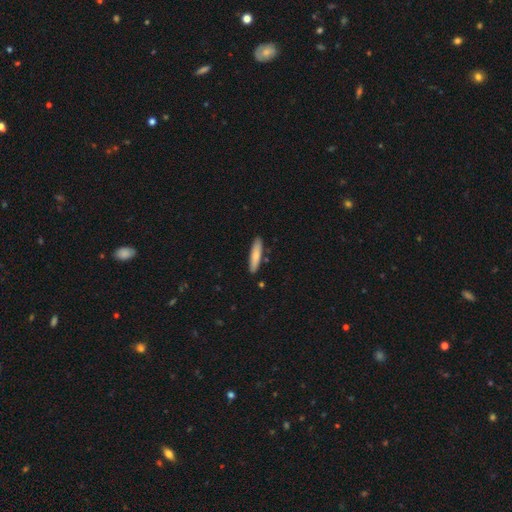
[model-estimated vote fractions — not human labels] Overall: smooth (78%). How rounded: cigar-shaped (82%). Merging: none (86%).